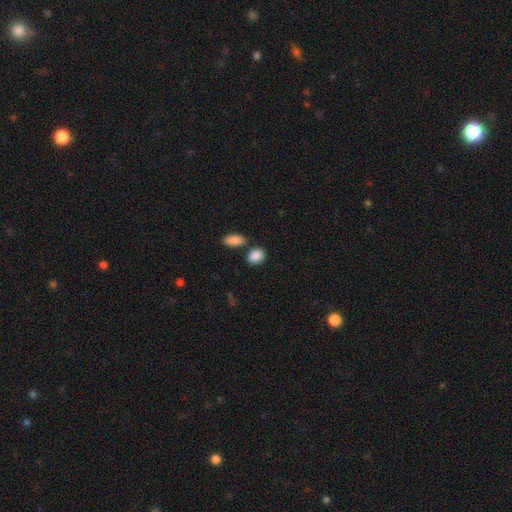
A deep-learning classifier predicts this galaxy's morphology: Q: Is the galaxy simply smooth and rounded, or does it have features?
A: smooth — 90%.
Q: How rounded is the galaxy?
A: in between — 71%.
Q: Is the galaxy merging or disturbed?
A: none — 70%.